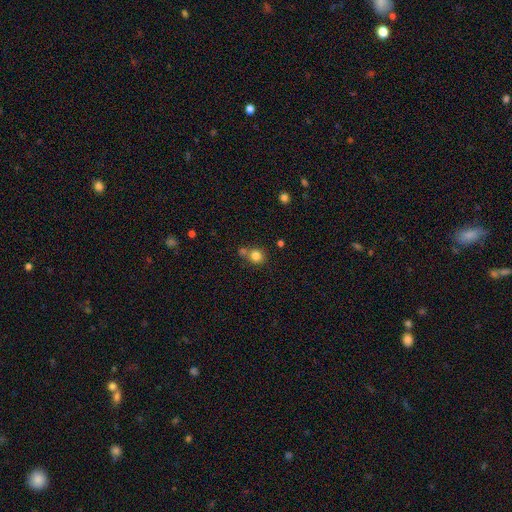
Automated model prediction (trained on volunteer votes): Smooth or featured?
  - smooth: 82% *
  - star or artifact: 11%
  - featured or disk: 7%
How rounded?
  - round: 85% *
  - in between: 14%
  - cigar-shaped: 1%
Merging?
  - none: 59% *
  - merger: 28%
  - minor disturbance: 10%
  - major disturbance: 3%